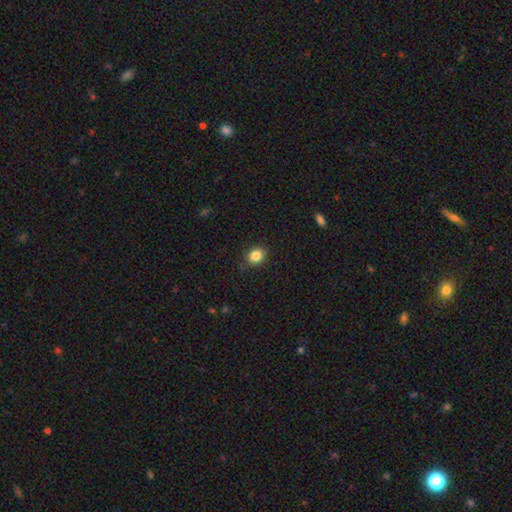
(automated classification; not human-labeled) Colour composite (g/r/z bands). It shows a smooth galaxy with no disk features (85%) that is round (65%). Merging: none (85%).